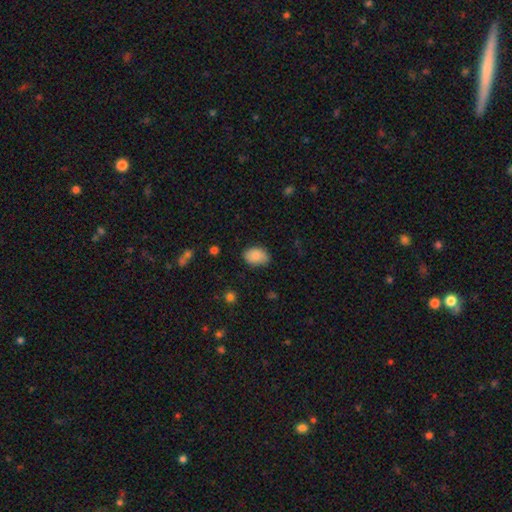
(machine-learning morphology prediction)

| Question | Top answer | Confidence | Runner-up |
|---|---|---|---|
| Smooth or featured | smooth | 85% | featured or disk (7%) |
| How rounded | in between | 83% | round (16%) |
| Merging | none | 75% | minor disturbance (20%) |